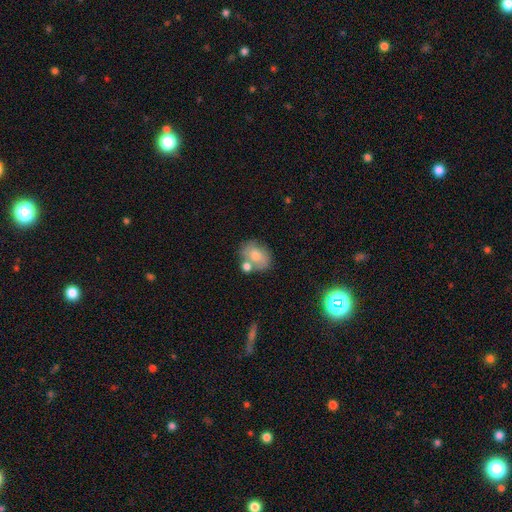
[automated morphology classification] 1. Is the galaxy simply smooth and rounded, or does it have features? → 66% smooth, 25% featured or disk, 9% star or artifact.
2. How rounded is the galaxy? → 60% in between, 39% round, 1% cigar-shaped.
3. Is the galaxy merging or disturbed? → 47% none, 27% merger, 19% minor disturbance, 7% major disturbance.